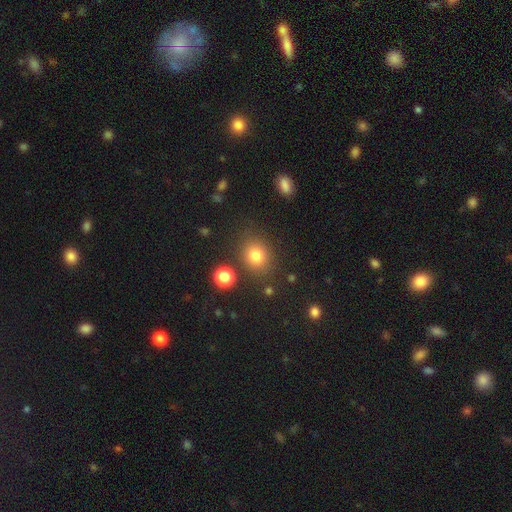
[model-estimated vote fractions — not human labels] Smooth or featured? Predicted: smooth (p=0.79). How rounded? Predicted: round (p=0.69). Merging? Predicted: none (p=0.81).